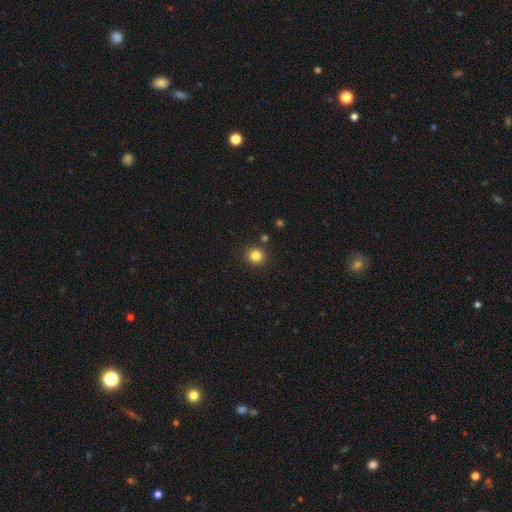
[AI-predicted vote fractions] Overall: smooth (83%). How rounded: round (91%). Merging: none (89%).